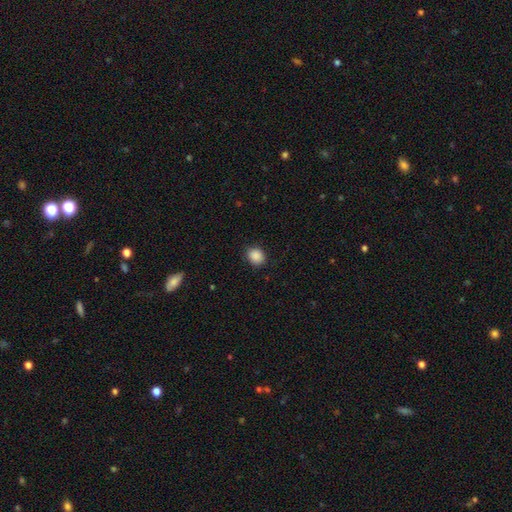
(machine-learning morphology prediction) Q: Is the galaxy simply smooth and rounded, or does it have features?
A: smooth — 88%.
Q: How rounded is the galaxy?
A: round — 68%.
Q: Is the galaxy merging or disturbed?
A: none — 85%.